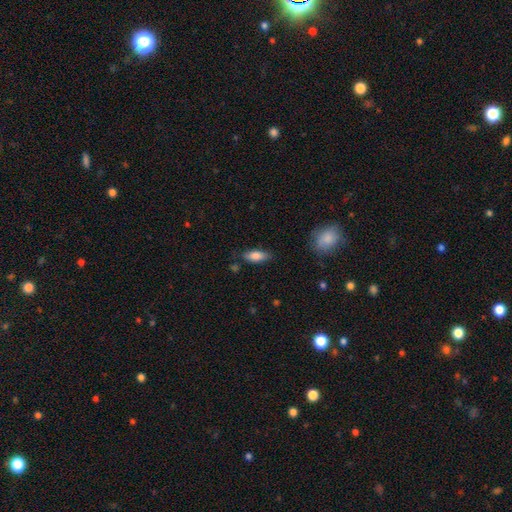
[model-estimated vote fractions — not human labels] This appears to be a smooth galaxy with no disk features (82%) that is in between round and cigar-shaped (78%). Merging: none (75%).